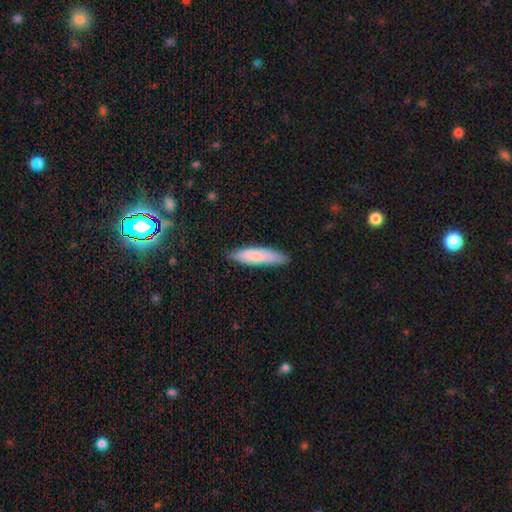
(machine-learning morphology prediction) A smooth galaxy with no disk features (78%) that is cigar-shaped (74%).

Vote fractions:
- Smooth or featured? smooth: 78% / featured or disk: 16% / star or artifact: 6%
- How rounded? cigar-shaped: 74% / in between: 24% / round: 1%
- Merging? none: 81% / minor disturbance: 15% / major disturbance: 2% / merger: 1%